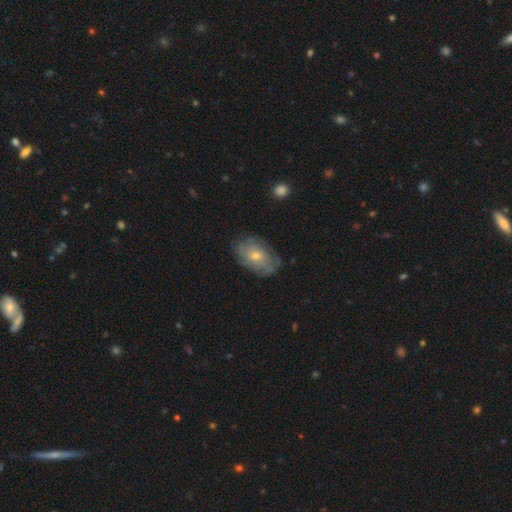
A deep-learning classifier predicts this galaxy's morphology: Smooth or featured: featured or disk — 58% (smooth — 34%)
Edge-on disk: no — 94% (yes — 6%)
Bar: no — 79% (weak — 18%)
Spiral arms: yes — 71% (no — 29%)
Bulge size: small — 53% (moderate — 43%)
Merging: none — 73% (minor disturbance — 20%)